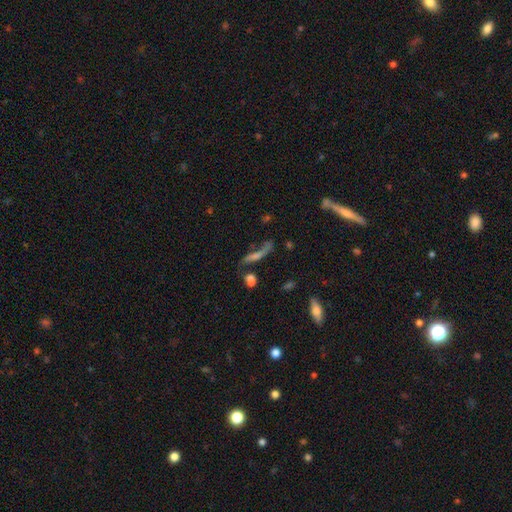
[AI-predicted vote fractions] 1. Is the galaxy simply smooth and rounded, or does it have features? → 48% featured or disk, 35% smooth, 17% star or artifact.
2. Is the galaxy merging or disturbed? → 42% none, 22% major disturbance, 19% minor disturbance, 17% merger.